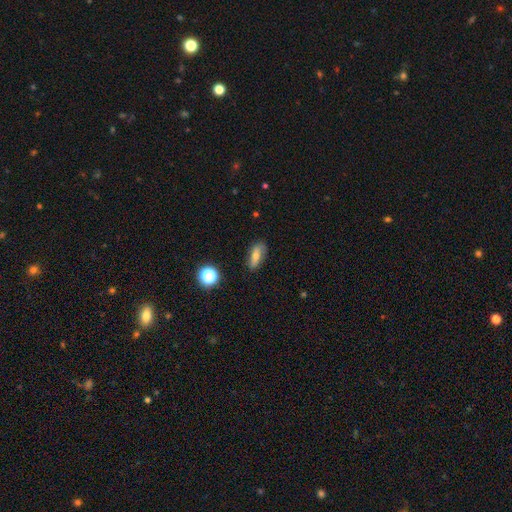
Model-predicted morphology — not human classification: smooth_or_featured: smooth (p=0.64) [alt: featured or disk p=0.25]
how_rounded: in between (p=0.65) [alt: cigar-shaped p=0.28]
merging: none (p=0.78) [alt: minor disturbance p=0.16]